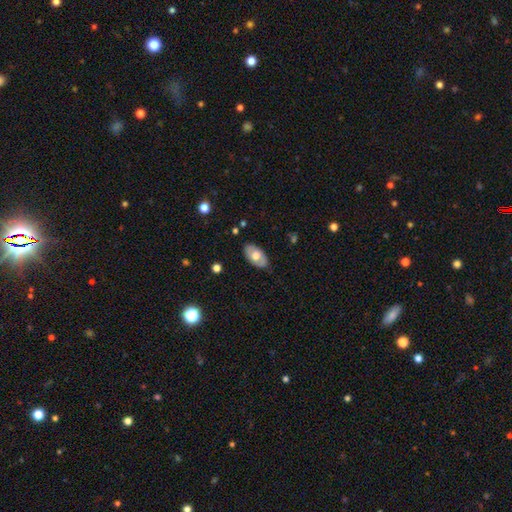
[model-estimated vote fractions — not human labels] Morphology: type=smooth (59%); roundness=in between (93%); merging=none (84%).